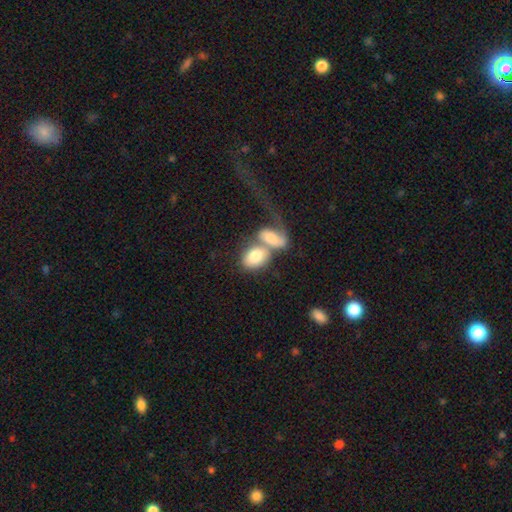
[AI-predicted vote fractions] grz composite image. It shows a smooth galaxy with no disk features (71%) that is in between round and cigar-shaped (78%). Merging: merger (68%).